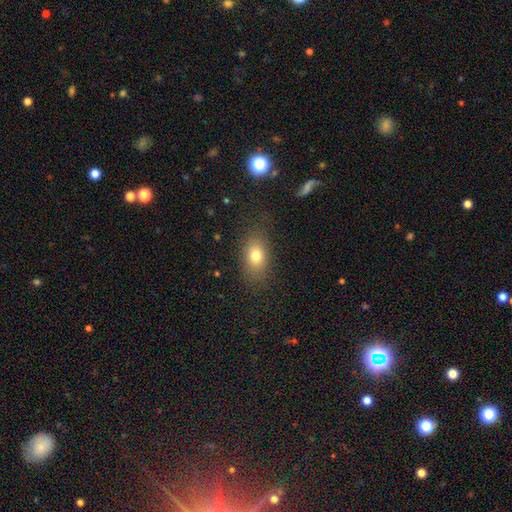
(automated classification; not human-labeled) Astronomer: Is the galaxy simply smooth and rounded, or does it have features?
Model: smooth — 76%.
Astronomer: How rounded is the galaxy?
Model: in between — 79%.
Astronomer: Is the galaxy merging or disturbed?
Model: none — 81%.